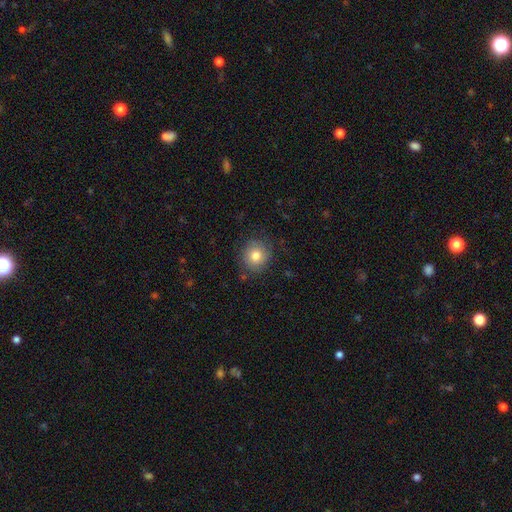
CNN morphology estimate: Smooth or featured: smooth — 77% (featured or disk — 13%)
How rounded: round — 90% (in between — 9%)
Merging: none — 83% (minor disturbance — 12%)